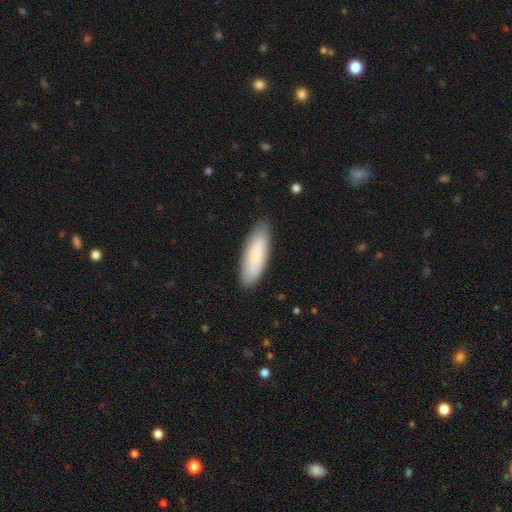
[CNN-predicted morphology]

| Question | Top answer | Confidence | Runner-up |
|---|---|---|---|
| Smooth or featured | smooth | 77% | featured or disk (17%) |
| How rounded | in between | 61% | cigar-shaped (37%) |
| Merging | none | 85% | minor disturbance (11%) |